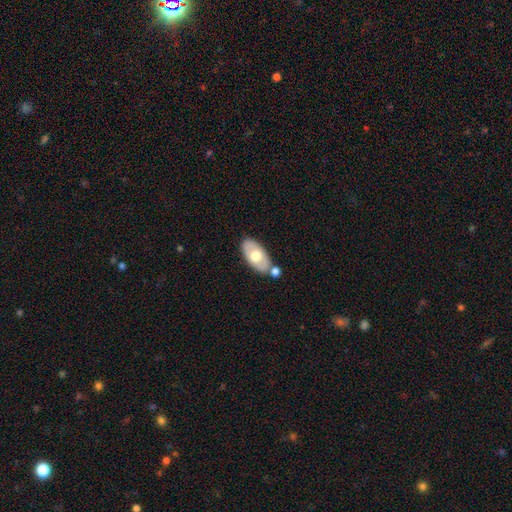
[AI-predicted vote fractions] A smooth galaxy with no disk features (56%) that is in between round and cigar-shaped (93%). Merging: none (70%).